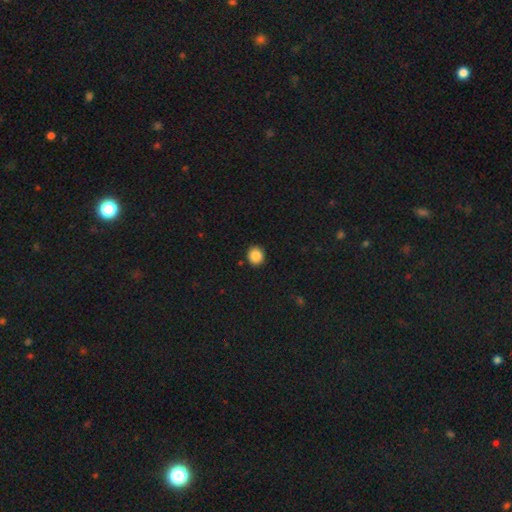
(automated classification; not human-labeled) A smooth galaxy with no disk features (86%) that is round (86%). Merging: none (91%).